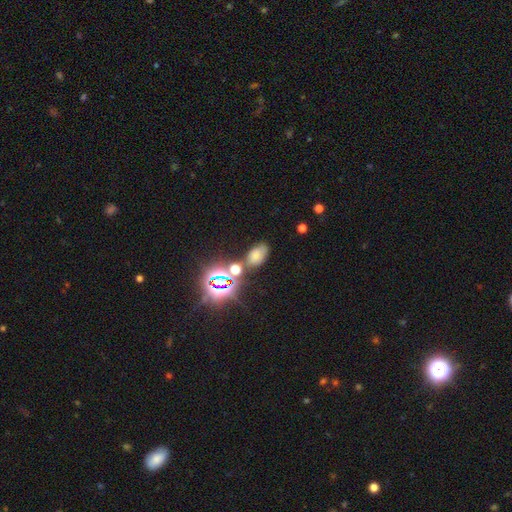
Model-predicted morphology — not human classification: This appears to be a smooth galaxy with no disk features (56%) that is in between round and cigar-shaped (87%). Merging: none (63%).